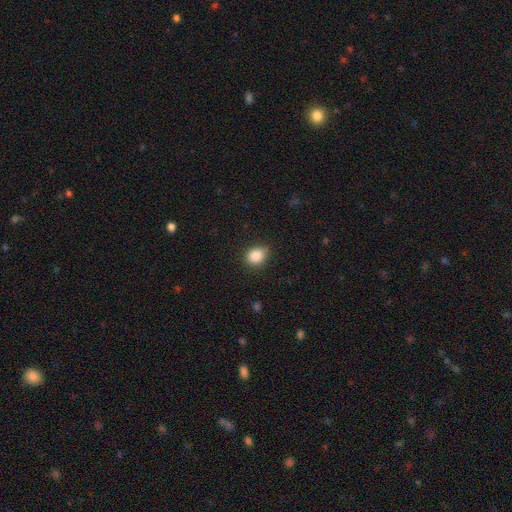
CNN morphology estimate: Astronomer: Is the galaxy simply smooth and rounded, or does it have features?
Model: smooth — 86%.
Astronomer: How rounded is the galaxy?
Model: round — 53% (runner-up: in between, 46%).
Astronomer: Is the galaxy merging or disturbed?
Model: none — 80%.